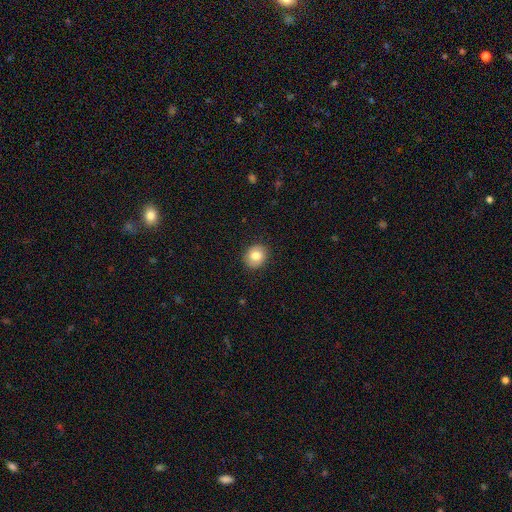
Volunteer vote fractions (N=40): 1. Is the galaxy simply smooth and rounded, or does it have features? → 82% smooth, 12% star or artifact, 5% featured or disk.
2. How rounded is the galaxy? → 82% round, 18% in between, 0% cigar-shaped.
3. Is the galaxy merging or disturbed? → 86% none, 11% minor disturbance, 3% merger, 0% major disturbance.